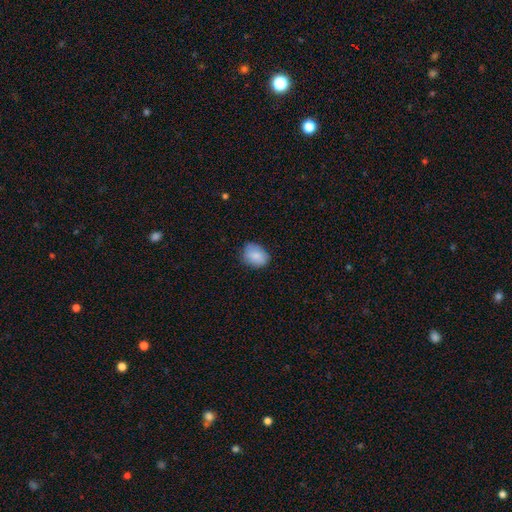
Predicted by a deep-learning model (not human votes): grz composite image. It shows a smooth galaxy with no disk features (85%) that is in between round and cigar-shaped (65%). Merging: none (74%).